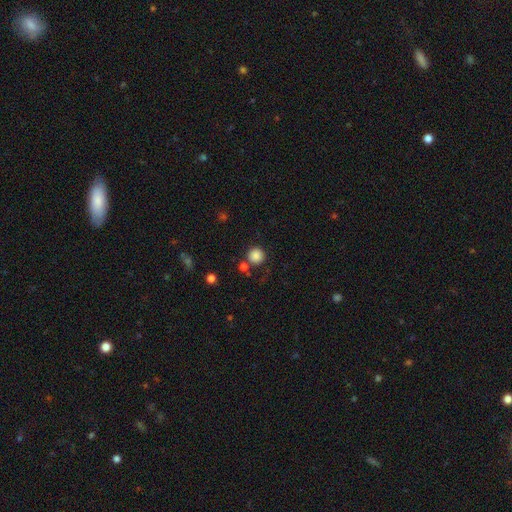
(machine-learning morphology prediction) A smooth galaxy with no disk features (85%) that is round (94%).

Vote fractions:
- Smooth or featured? smooth: 85% / star or artifact: 11% / featured or disk: 4%
- How rounded? round: 94% / in between: 5% / cigar-shaped: 1%
- Merging? none: 82% / merger: 8% / minor disturbance: 8% / major disturbance: 3%